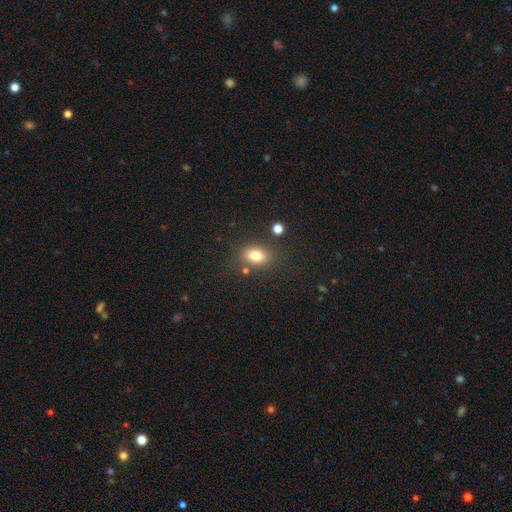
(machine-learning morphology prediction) type=smooth (79%); roundness=in between (74%); merging=none (76%).